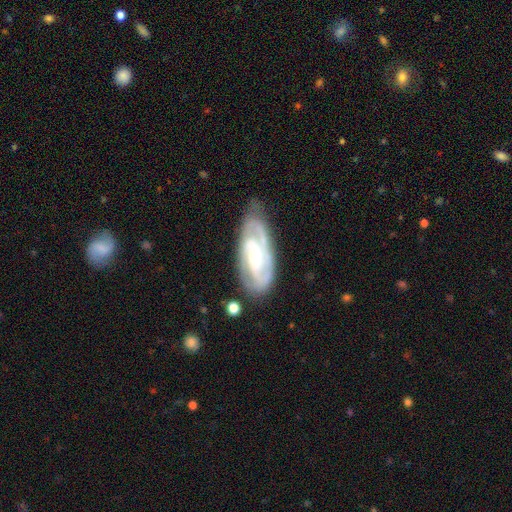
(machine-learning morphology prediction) Q: Smooth or featured?
A: featured or disk (86%); runner-up: smooth (9%)
Q: Edge-on disk?
A: no (94%); runner-up: yes (6%)
Q: Bar?
A: no (47%); runner-up: weak (37%)
Q: Spiral arms?
A: yes (96%); runner-up: no (4%)
Q: Spiral winding?
A: tight (57%); runner-up: medium (36%)
Q: Spiral arm count?
A: 2 (52%); runner-up: 3 (22%)
Q: Bulge size?
A: small (58%); runner-up: moderate (38%)
Q: Merging?
A: none (72%); runner-up: minor disturbance (20%)